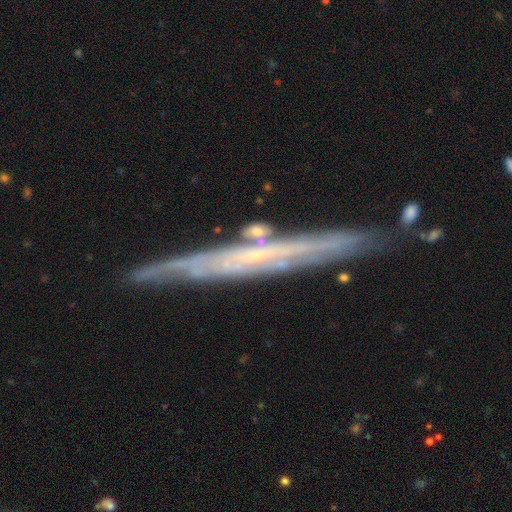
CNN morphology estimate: Smooth or featured? Predicted: featured or disk (p=0.76). Edge-on disk? Predicted: yes (p=0.91). Edge-on bulge? Predicted: none (p=0.72). Merging? Predicted: none (p=0.83).